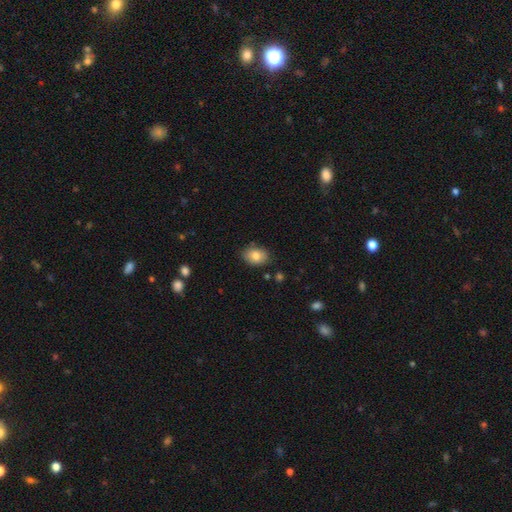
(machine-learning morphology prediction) A smooth galaxy with no disk features (82%) that is in between round and cigar-shaped (75%). Merging: none (83%).